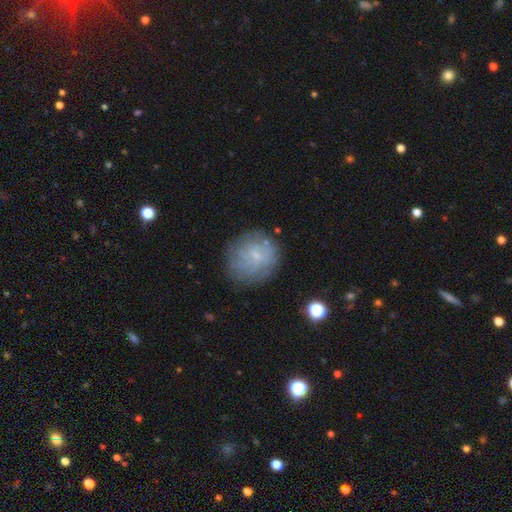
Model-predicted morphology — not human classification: This is possibly a smooth galaxy (45%, tied with featured or disk). Merging: likely none (74%).